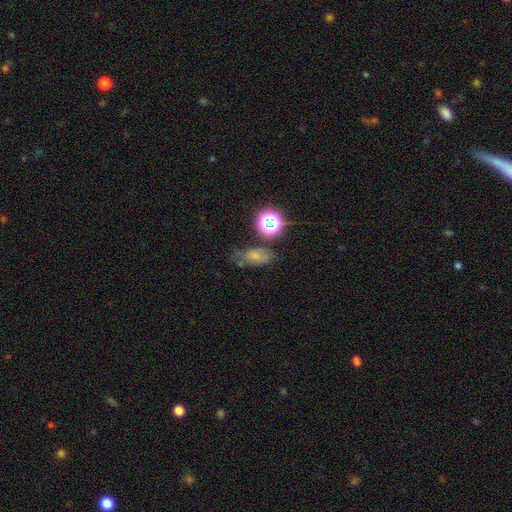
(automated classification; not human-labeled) Morphology: type=smooth (58%); roundness=in between (79%); merging=none (50%).